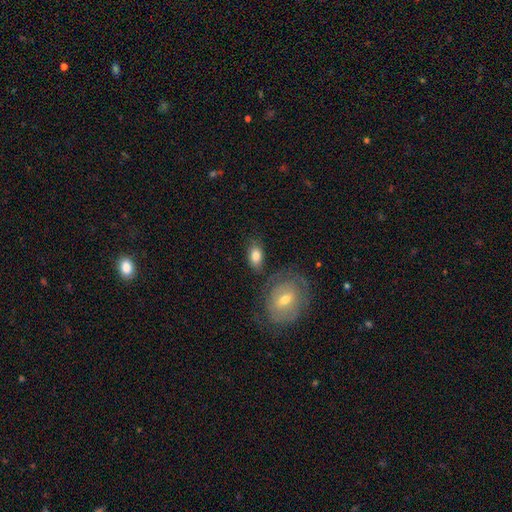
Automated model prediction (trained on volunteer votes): Q: Smooth or featured?
A: smooth (80%); runner-up: featured or disk (13%)
Q: How rounded?
A: in between (87%); runner-up: round (10%)
Q: Merging?
A: none (72%); runner-up: minor disturbance (16%)